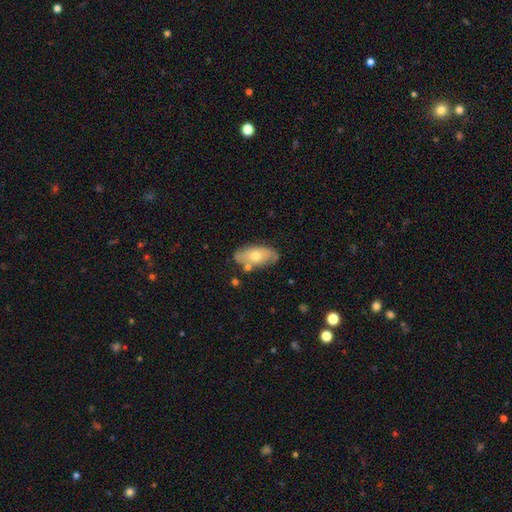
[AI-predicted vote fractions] This appears to be a smooth galaxy with no disk features (54%) that is in between round and cigar-shaped (90%). Merging: none (74%).